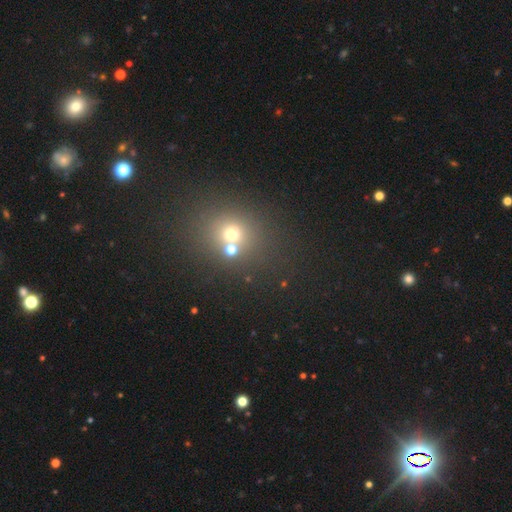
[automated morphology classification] A star or artifact, not a galaxy (49%).

Vote fractions:
- Smooth or featured? star or artifact: 49% / smooth: 42% / featured or disk: 9%